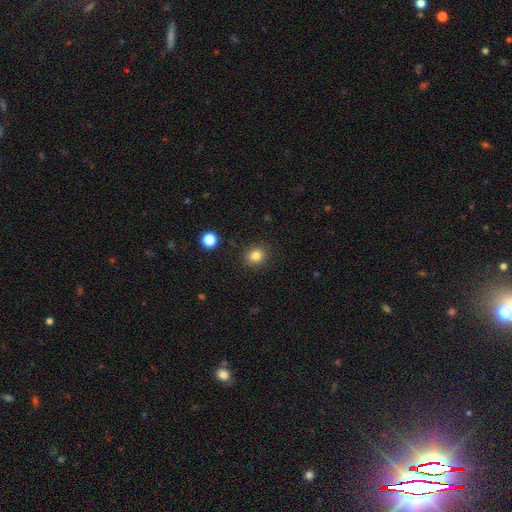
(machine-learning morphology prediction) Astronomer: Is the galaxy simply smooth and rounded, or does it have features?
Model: smooth — 83%.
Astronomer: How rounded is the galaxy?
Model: round — 81%.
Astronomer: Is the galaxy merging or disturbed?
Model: none — 89%.